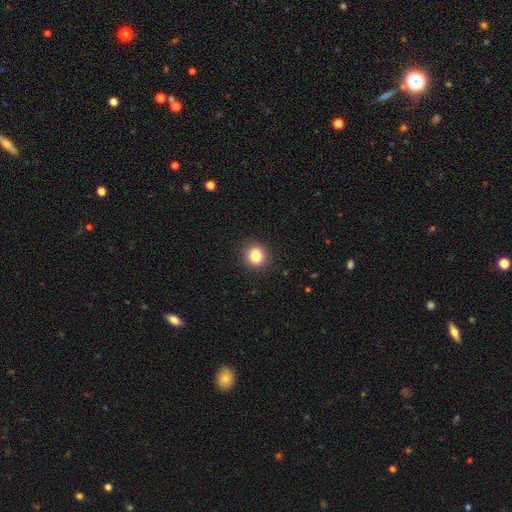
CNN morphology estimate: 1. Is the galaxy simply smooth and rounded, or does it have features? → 84% smooth, 11% star or artifact, 5% featured or disk.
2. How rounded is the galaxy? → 86% round, 13% in between, 1% cigar-shaped.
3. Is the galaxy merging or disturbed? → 91% none, 6% minor disturbance, 2% major disturbance, 1% merger.